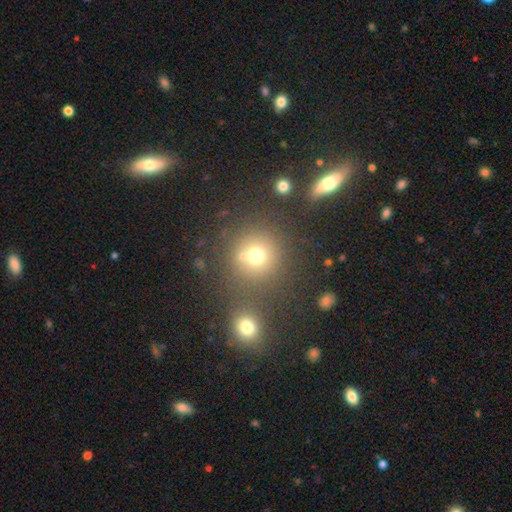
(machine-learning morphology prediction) Smooth or featured: smooth — 71% (star or artifact — 18%)
How rounded: round — 91% (in between — 8%)
Merging: none — 64% (merger — 23%)